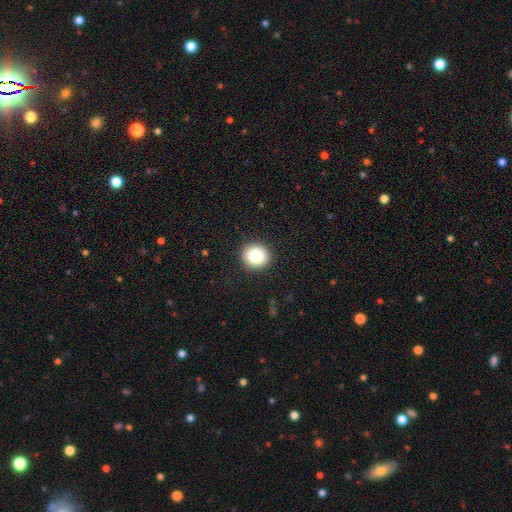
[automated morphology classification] Smooth or featured: smooth — 84% (star or artifact — 9%)
How rounded: round — 87% (in between — 12%)
Merging: none — 91% (minor disturbance — 6%)